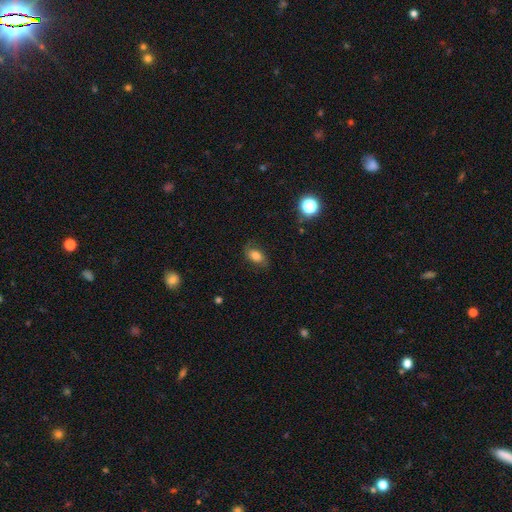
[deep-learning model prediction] Q: Smooth or featured?
A: smooth (63%); runner-up: featured or disk (26%)
Q: How rounded?
A: in between (85%); runner-up: round (13%)
Q: Merging?
A: none (70%); runner-up: minor disturbance (20%)